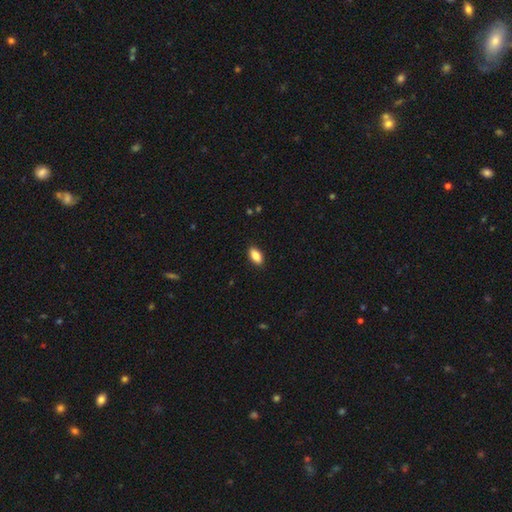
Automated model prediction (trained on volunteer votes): Smooth or featured?
  - smooth: 86% *
  - star or artifact: 7%
  - featured or disk: 7%
How rounded?
  - in between: 90% *
  - cigar-shaped: 7%
  - round: 3%
Merging?
  - none: 89% *
  - minor disturbance: 8%
  - major disturbance: 2%
  - merger: 1%